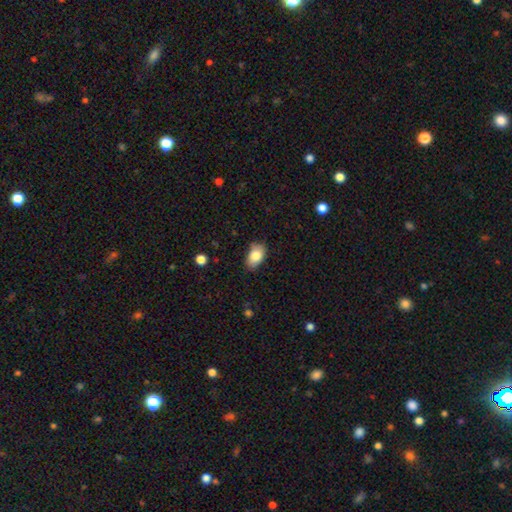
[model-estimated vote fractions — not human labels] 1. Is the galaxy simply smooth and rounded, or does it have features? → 84% smooth, 9% featured or disk, 7% star or artifact.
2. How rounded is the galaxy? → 90% in between, 8% round, 2% cigar-shaped.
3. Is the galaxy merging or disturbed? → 76% none, 19% minor disturbance, 3% major disturbance, 1% merger.